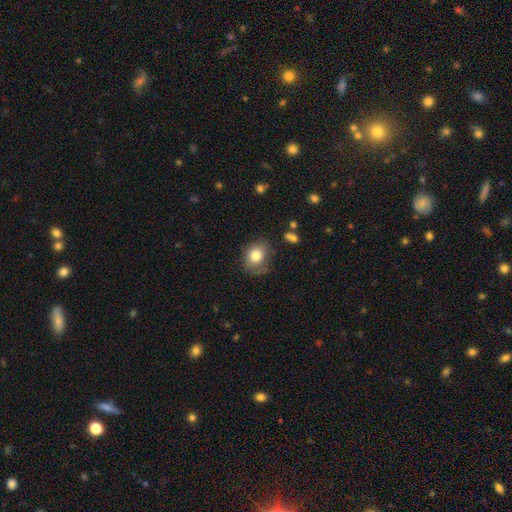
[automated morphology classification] smooth 79%, featured or disk 12%, star or artifact 9%. Down the decision tree: how rounded — round (50%); merging — none (61%).